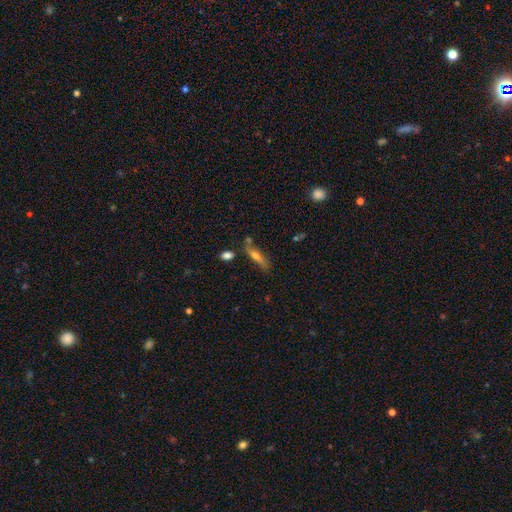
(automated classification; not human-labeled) Q: Smooth or featured?
A: smooth (54%); runner-up: featured or disk (36%)
Q: How rounded?
A: cigar-shaped (73%); runner-up: in between (25%)
Q: Merging?
A: none (59%); runner-up: minor disturbance (21%)